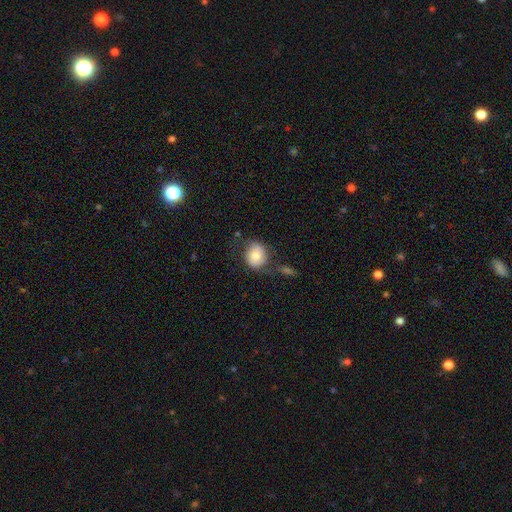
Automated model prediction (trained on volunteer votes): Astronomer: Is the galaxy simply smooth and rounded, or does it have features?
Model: smooth — 70%.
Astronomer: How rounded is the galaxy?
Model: round — 72%.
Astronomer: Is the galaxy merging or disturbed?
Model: none — 58%.